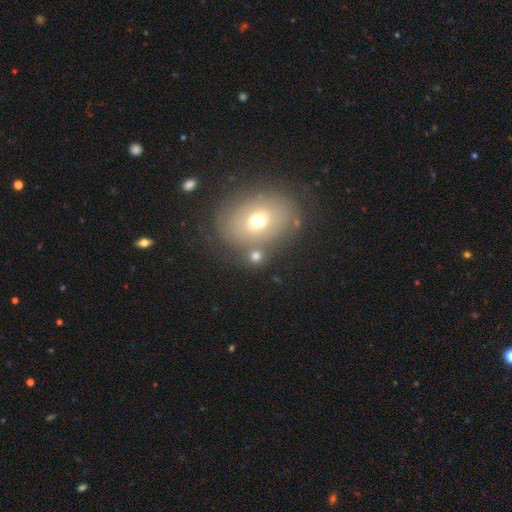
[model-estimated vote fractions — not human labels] The model was most divided on "how rounded": round: 62%, in between: 36%, cigar-shaped: 2%. More confident: smooth or featured — smooth (65%); merging — none (61%).